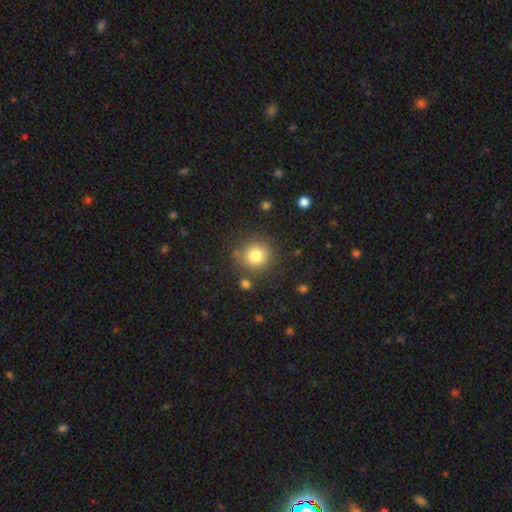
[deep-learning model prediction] This is clearly a smooth galaxy (81%). How rounded: clearly round (93%). Merging: clearly none (83%).